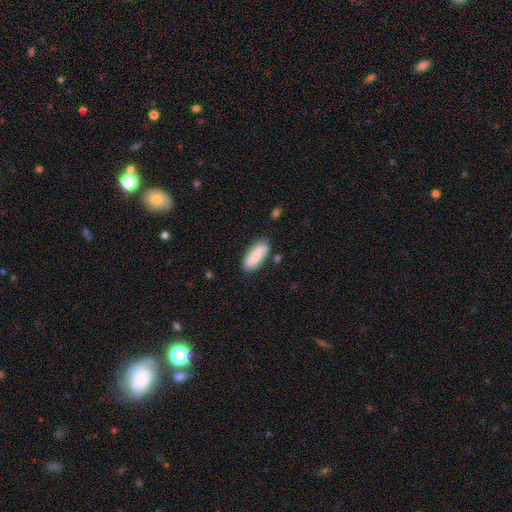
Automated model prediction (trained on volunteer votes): The model was most divided on "smooth or featured": smooth: 68%, featured or disk: 26%, star or artifact: 6%. More confident: merging — none (78%); how rounded — in between (75%).